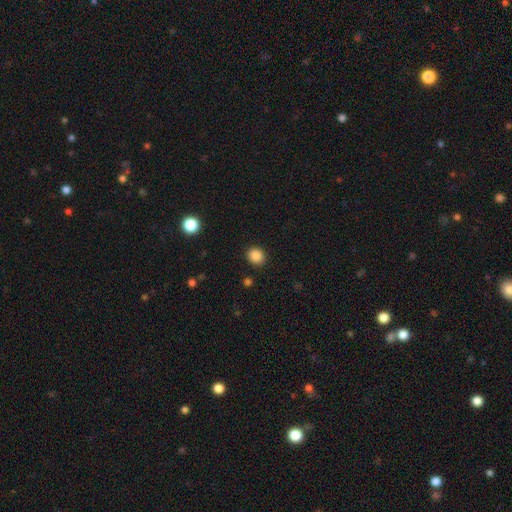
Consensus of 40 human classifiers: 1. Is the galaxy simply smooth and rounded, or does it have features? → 88% smooth, 10% star or artifact, 2% featured or disk.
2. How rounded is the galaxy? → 77% round, 20% in between, 3% cigar-shaped.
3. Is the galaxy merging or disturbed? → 83% none, 17% minor disturbance, 0% major disturbance, 0% merger.